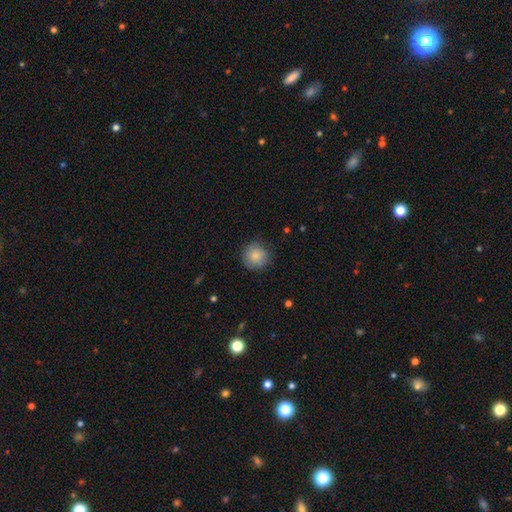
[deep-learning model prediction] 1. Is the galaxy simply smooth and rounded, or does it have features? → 84% smooth, 8% featured or disk, 8% star or artifact.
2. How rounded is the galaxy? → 93% round, 6% in between, 1% cigar-shaped.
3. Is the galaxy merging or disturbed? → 80% none, 15% minor disturbance, 4% major disturbance, 1% merger.